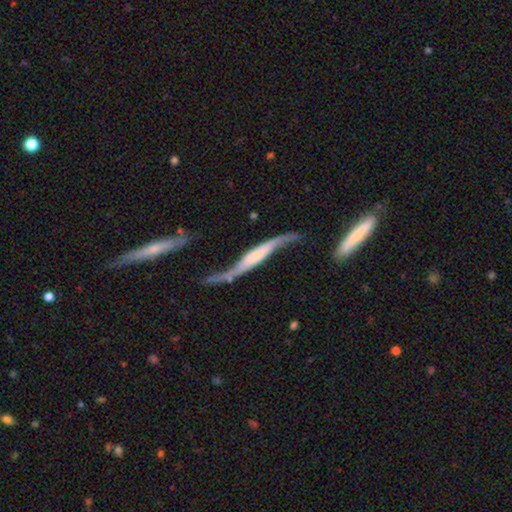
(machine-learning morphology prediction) Overall: featured or disk (77%). Edge-on disk: no (51%; yes 49%). Merging: none (49%; minor disturbance 23%).